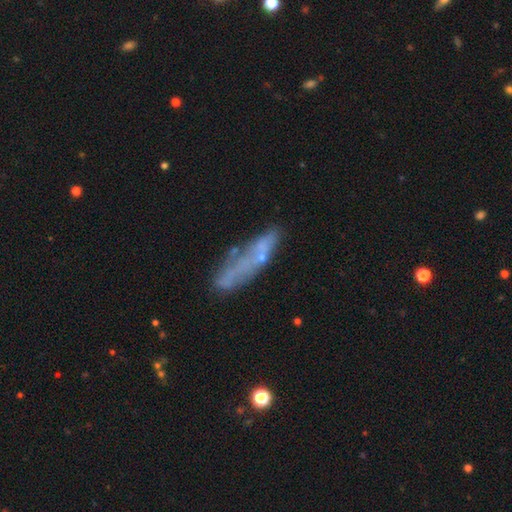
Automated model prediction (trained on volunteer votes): Smooth or featured?
  - featured or disk: 46% *
  - smooth: 42%
  - star or artifact: 13%
Merging?
  - none: 59% *
  - minor disturbance: 20%
  - major disturbance: 11%
  - merger: 9%